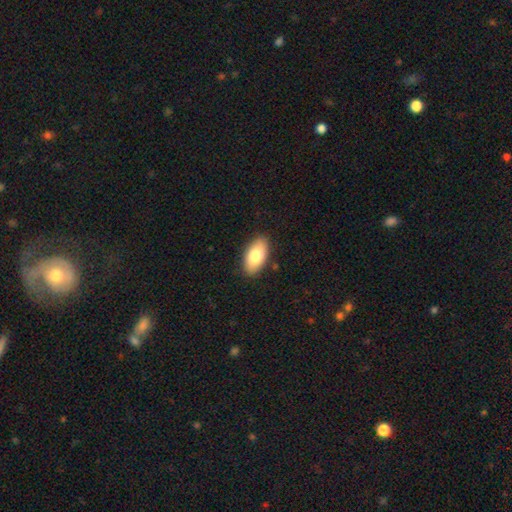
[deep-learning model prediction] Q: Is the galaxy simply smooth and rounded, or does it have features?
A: smooth — 78%.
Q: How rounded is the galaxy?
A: in between — 94%.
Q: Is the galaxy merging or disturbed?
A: none — 88%.